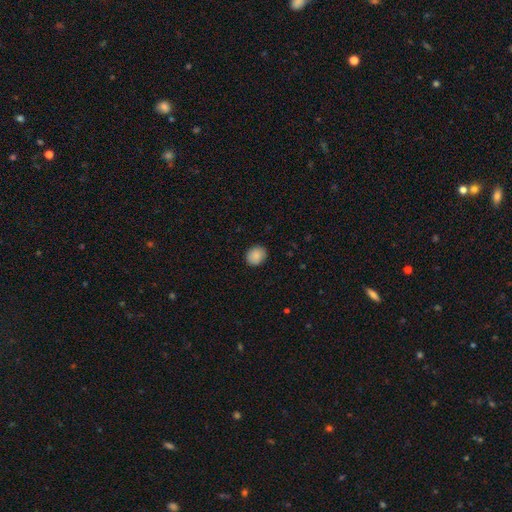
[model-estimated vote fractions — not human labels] Morphology: type=smooth (88%); roundness=round (67%); merging=none (88%).